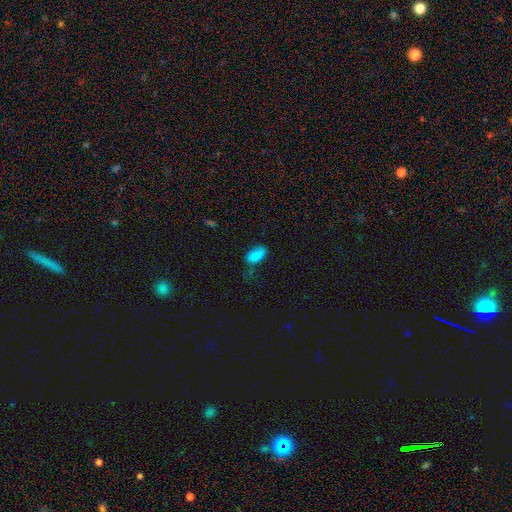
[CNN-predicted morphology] type=smooth (83%); roundness=in between (93%); merging=none (45%).